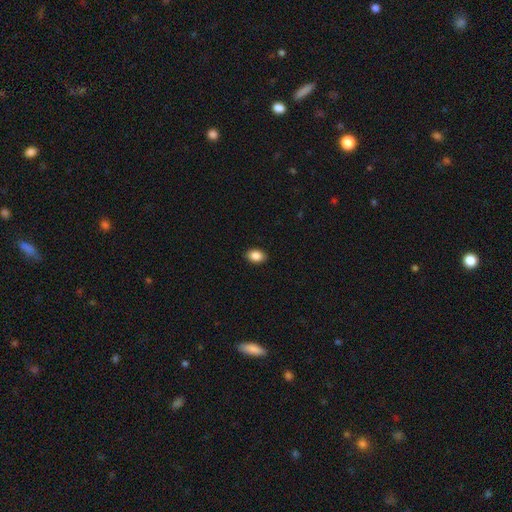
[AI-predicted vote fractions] Smooth or featured? Predicted: smooth (p=0.88). How rounded? Predicted: in between (p=0.80). Merging? Predicted: none (p=0.90).